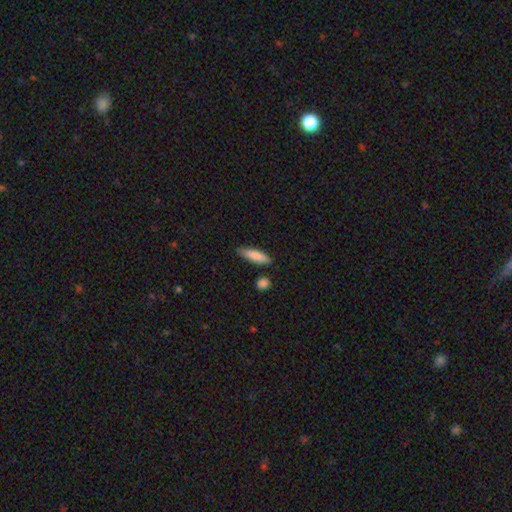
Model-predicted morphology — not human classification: smooth 84%, featured or disk 10%, star or artifact 6%. Down the decision tree: how rounded — cigar-shaped (65%); merging — none (82%).